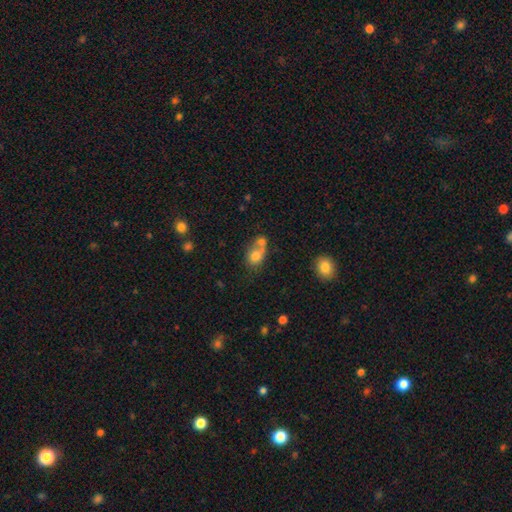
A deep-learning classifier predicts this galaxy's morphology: Overall: smooth (74%). How rounded: round (56%; in between 43%). Merging: merger (57%; none 28%).